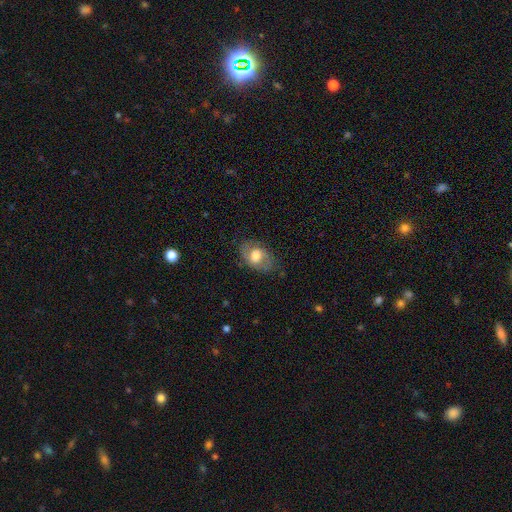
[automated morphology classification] This appears to be a smooth galaxy with no disk features (47%). Merging: none (67%).